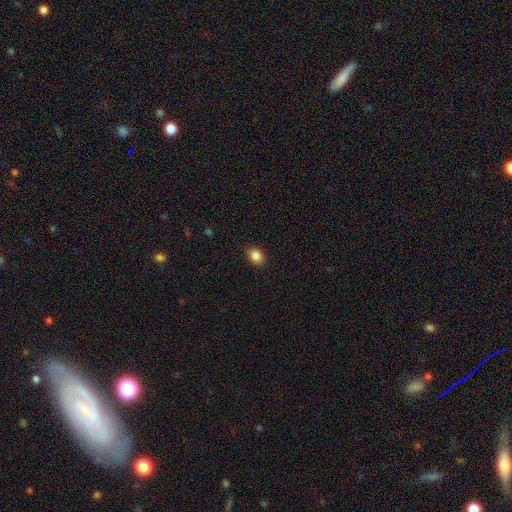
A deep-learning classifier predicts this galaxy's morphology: This appears to be a smooth galaxy with no disk features (87%) that is in between round and cigar-shaped (63%). Merging: none (89%).